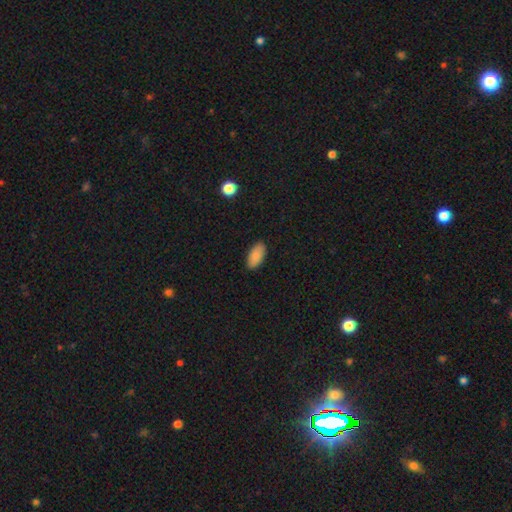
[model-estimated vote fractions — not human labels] A smooth galaxy with no disk features (88%) that is in between round and cigar-shaped (93%). Merging: none (88%).